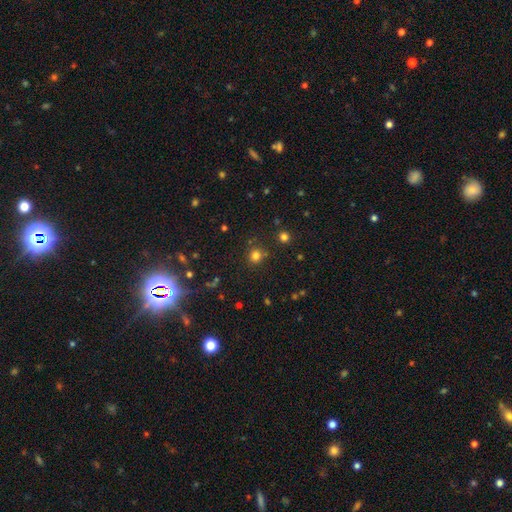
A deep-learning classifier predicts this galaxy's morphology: Overall: smooth (76%). How rounded: round (90%). Merging: none (82%).